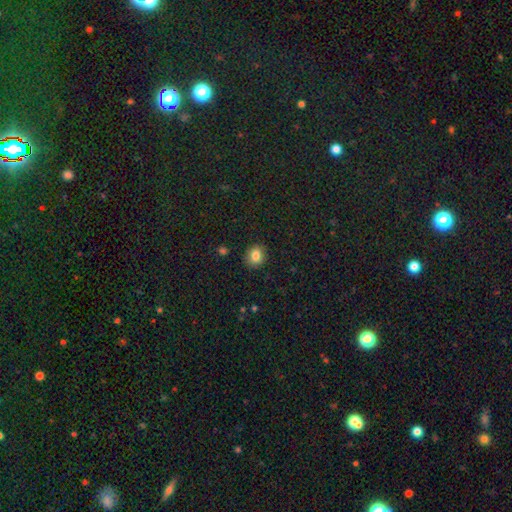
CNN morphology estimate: Smooth or featured? smooth (82%)
How rounded? round (65%)
Merging? none (88%)